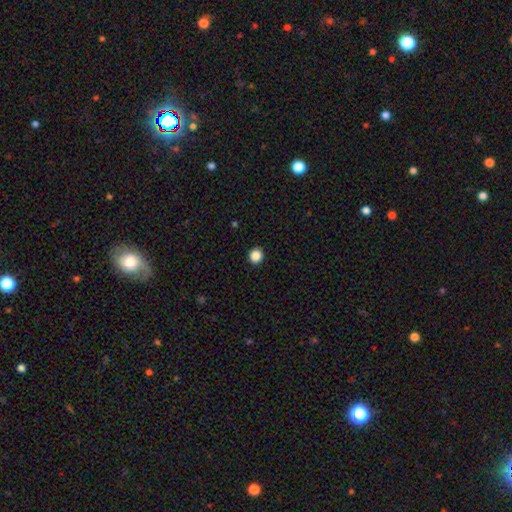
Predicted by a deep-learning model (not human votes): smooth 87%, star or artifact 11%, featured or disk 3%. Down the decision tree: how rounded — round (93%); merging — none (93%).